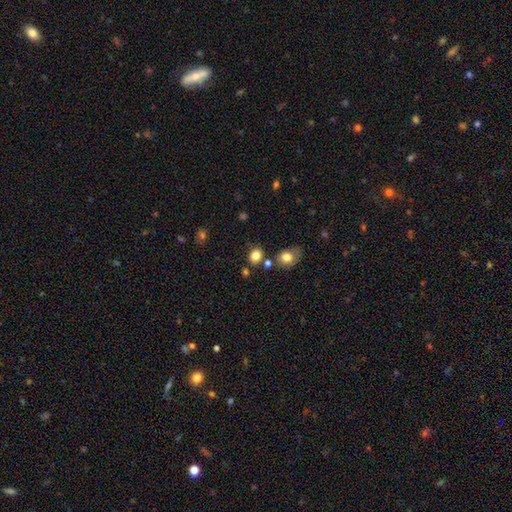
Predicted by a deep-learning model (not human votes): Smooth or featured? smooth (82%)
How rounded? round (56%)
Merging? none (72%)